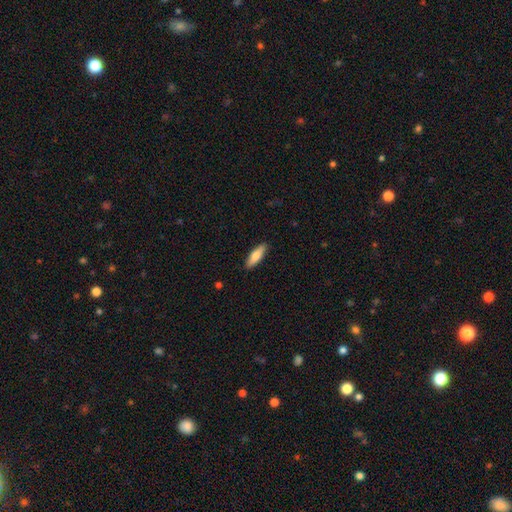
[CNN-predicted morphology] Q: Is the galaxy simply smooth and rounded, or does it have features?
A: smooth — 75%.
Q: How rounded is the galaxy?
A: cigar-shaped — 53%.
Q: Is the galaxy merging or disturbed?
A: none — 89%.